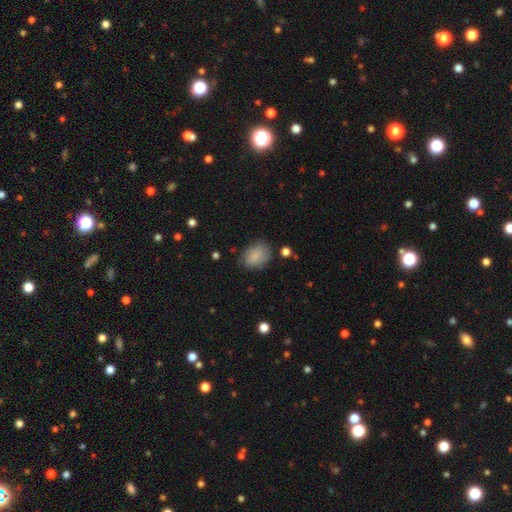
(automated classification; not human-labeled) Q: Smooth or featured?
A: smooth (83%); runner-up: featured or disk (10%)
Q: How rounded?
A: in between (69%); runner-up: round (30%)
Q: Merging?
A: none (71%); runner-up: minor disturbance (21%)